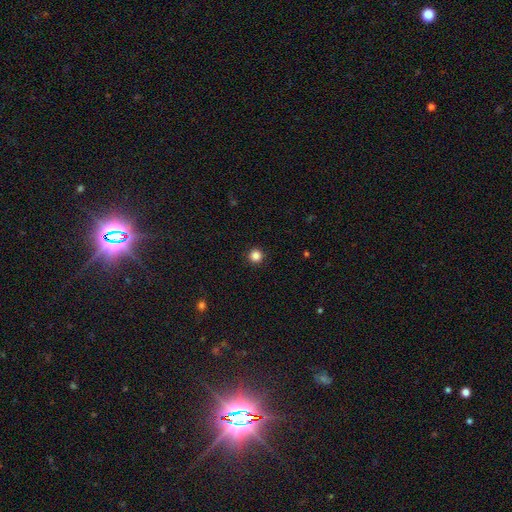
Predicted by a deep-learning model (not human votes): Smooth or featured? Predicted: smooth (p=0.86). How rounded? Predicted: round (p=0.96). Merging? Predicted: none (p=0.93).